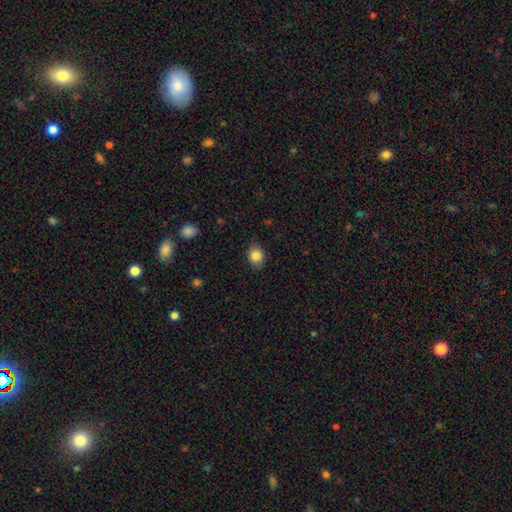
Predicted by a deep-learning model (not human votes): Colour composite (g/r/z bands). It shows a smooth galaxy with no disk features (85%) that is round (60%). Merging: none (82%).